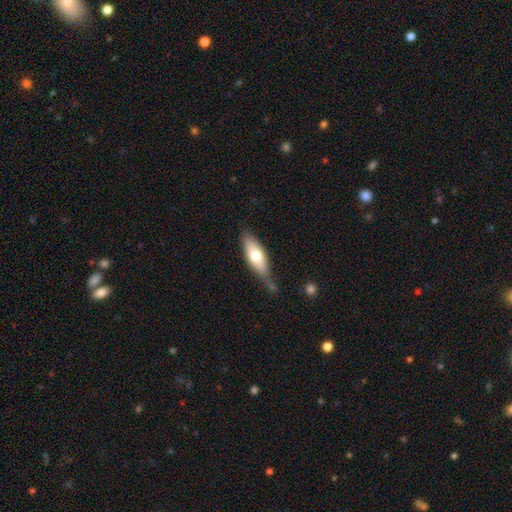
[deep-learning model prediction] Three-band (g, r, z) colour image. It shows a smooth galaxy with no disk features (64%) that is in between round and cigar-shaped (60%). Merging: none (55%).